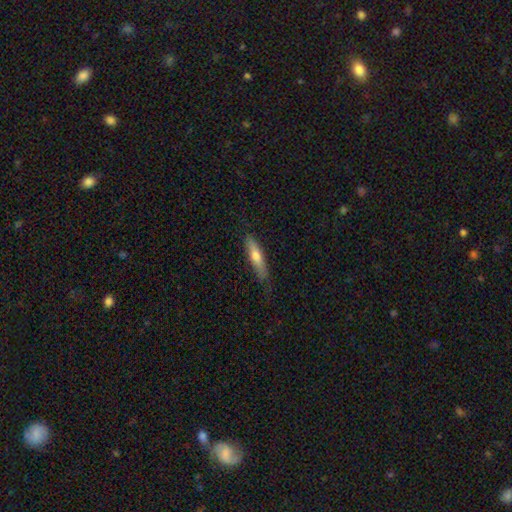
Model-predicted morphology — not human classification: A smooth galaxy with no disk features (61%) that is cigar-shaped (79%). Merging: none (73%).